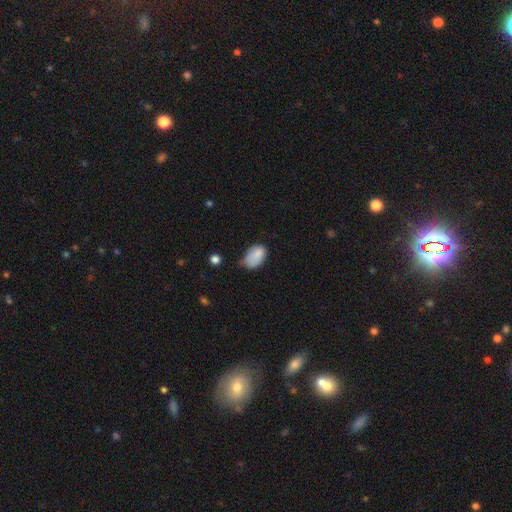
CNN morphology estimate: smooth 84%, star or artifact 8%, featured or disk 7%. Down the decision tree: how rounded — in between (89%); merging — minor disturbance (45%).